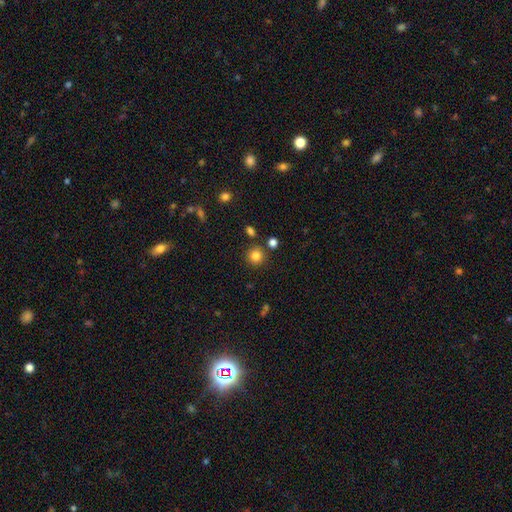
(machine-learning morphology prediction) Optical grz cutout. It shows a smooth galaxy with no disk features (83%) that is round (92%). Merging: none (84%).